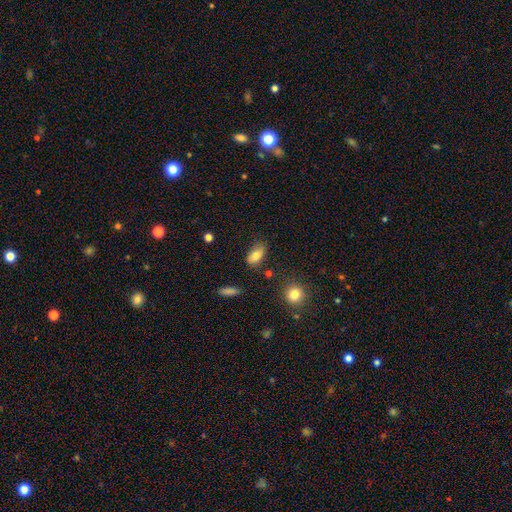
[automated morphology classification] A smooth galaxy with no disk features (80%) that is in between round and cigar-shaped (88%). Merging: none (72%).